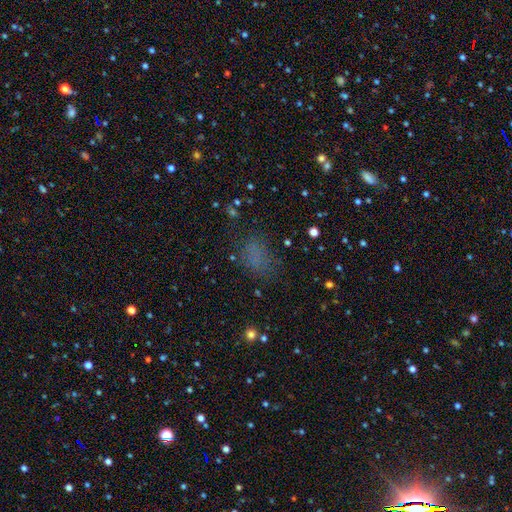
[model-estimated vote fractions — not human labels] smooth 65%, star or artifact 26%, featured or disk 9%. Down the decision tree: how rounded — in between (79%); merging — none (66%).